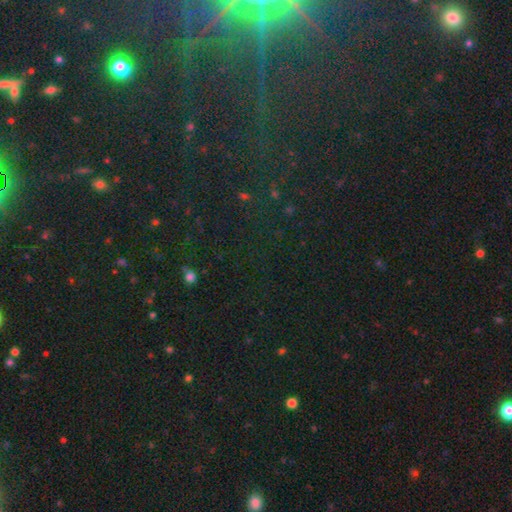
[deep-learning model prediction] This is likely a star or artifact rather than a galaxy (80%).